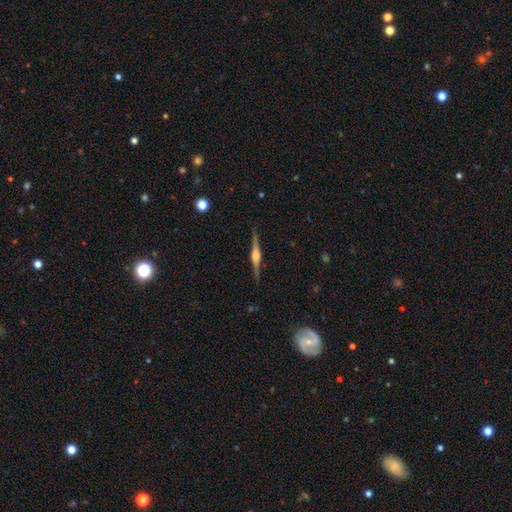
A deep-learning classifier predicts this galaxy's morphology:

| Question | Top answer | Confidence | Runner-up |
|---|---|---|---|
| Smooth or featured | featured or disk | 82% | smooth (13%) |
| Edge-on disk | yes | 98% | no (2%) |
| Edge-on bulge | rounded | 76% | boxy (20%) |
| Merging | none | 90% | minor disturbance (8%) |